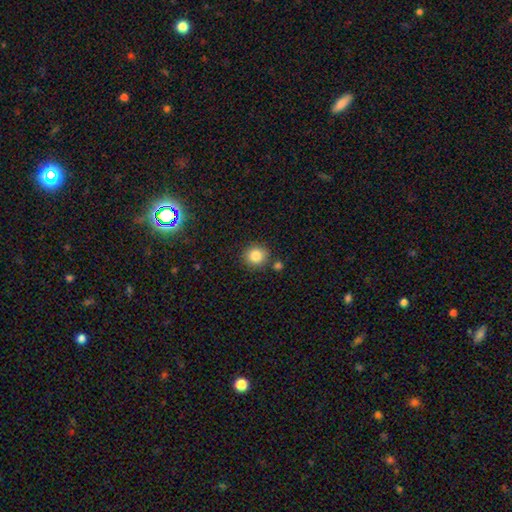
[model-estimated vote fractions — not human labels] The model was most divided on "smooth or featured": smooth: 84%, star or artifact: 10%, featured or disk: 6%. More confident: how rounded — round (89%); merging — none (82%).